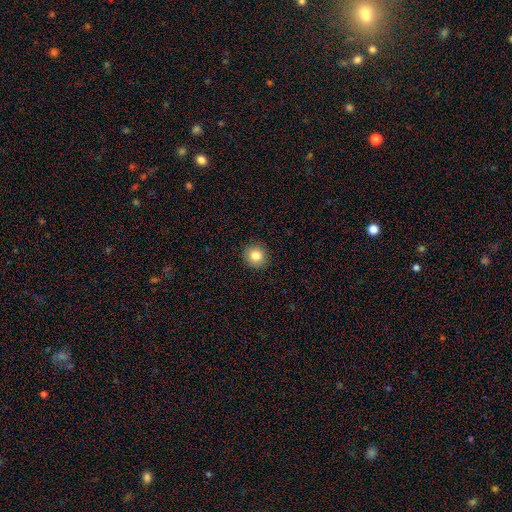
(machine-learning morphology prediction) A smooth galaxy with no disk features (83%) that is round (93%).

Vote fractions:
- Smooth or featured? smooth: 83% / star or artifact: 10% / featured or disk: 7%
- How rounded? round: 93% / in between: 6% / cigar-shaped: 1%
- Merging? none: 92% / minor disturbance: 6% / major disturbance: 2% / merger: 1%